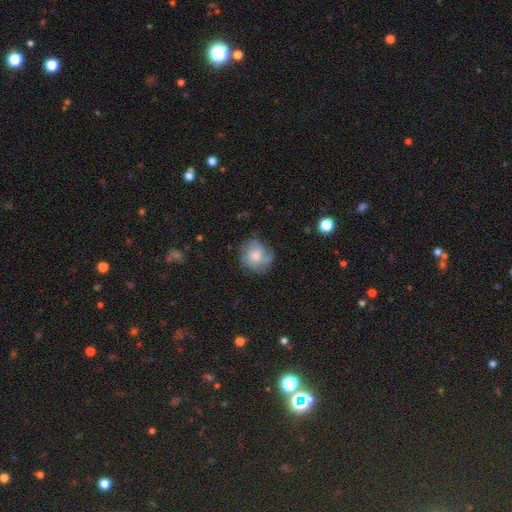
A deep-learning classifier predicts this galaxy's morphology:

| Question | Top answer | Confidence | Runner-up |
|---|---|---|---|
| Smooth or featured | featured or disk | 53% | smooth (37%) |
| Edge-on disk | no | 97% | yes (3%) |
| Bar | no | 78% | weak (20%) |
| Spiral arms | yes | 85% | no (15%) |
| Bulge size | moderate | 56% | small (31%) |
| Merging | none | 71% | minor disturbance (19%) |